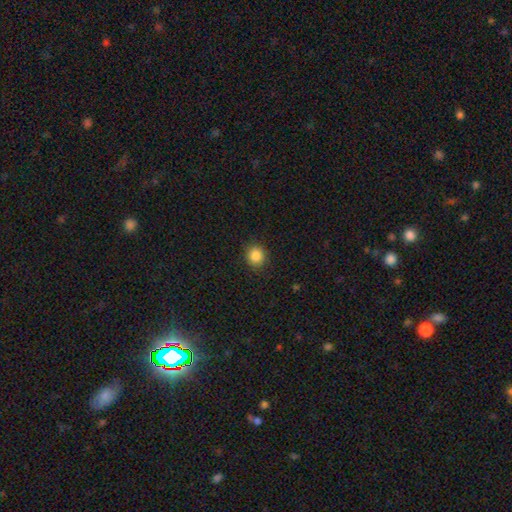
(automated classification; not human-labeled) smooth_or_featured: smooth (p=0.86) [alt: star or artifact p=0.10]
how_rounded: round (p=0.85) [alt: in between p=0.14]
merging: none (p=0.89) [alt: minor disturbance p=0.08]